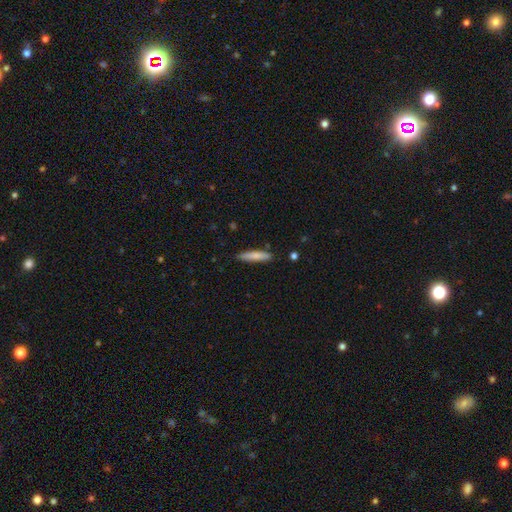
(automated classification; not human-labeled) A smooth galaxy with no disk features (78%) that is cigar-shaped (86%). Merging: none (83%).